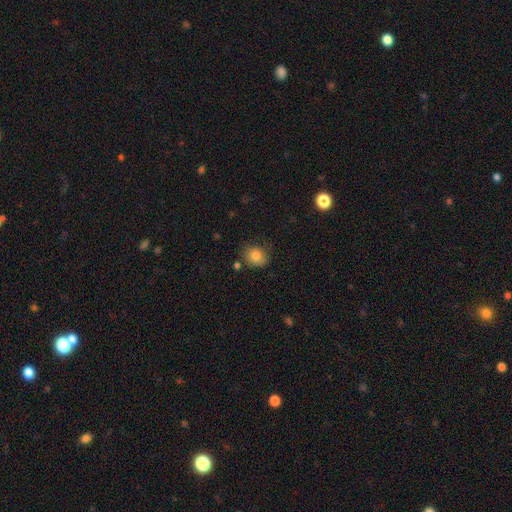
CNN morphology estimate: A smooth galaxy with no disk features (82%) that is round (72%).

Vote fractions:
- Smooth or featured? smooth: 82% / star or artifact: 10% / featured or disk: 8%
- How rounded? round: 72% / in between: 27% / cigar-shaped: 1%
- Merging? none: 76% / minor disturbance: 16% / merger: 4% / major disturbance: 4%